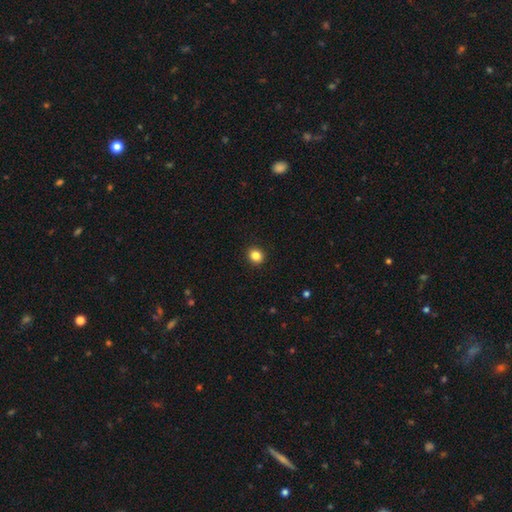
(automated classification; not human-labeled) This is clearly a smooth galaxy (85%). How rounded: clearly round (80%). Merging: clearly none (93%).